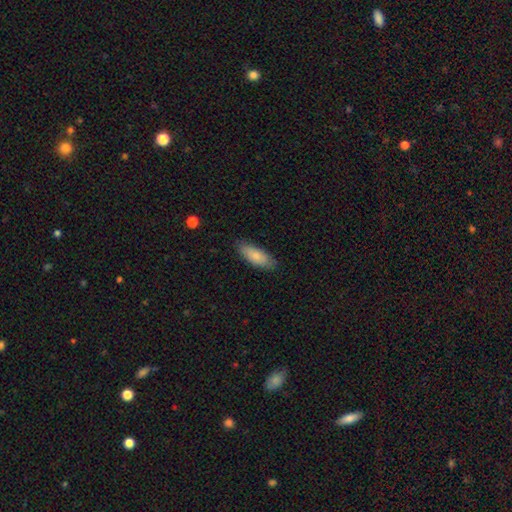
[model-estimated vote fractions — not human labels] The model was most divided on "how rounded": in between: 72%, cigar-shaped: 26%, round: 2%. More confident: merging — none (84%); smooth or featured — smooth (83%).